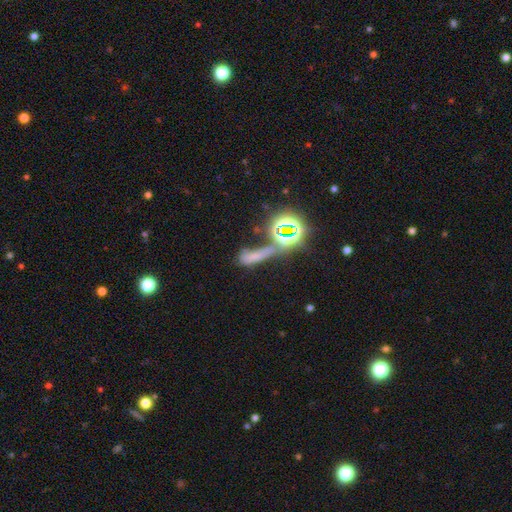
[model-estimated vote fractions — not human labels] star or artifact 41%, smooth 40%, featured or disk 19%.